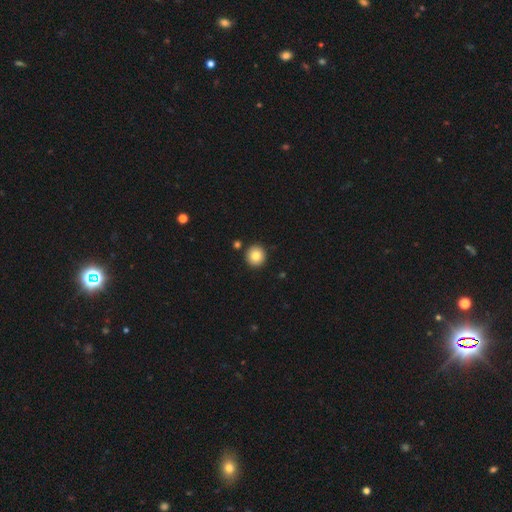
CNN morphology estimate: A smooth galaxy with no disk features (84%) that is round (92%).

Vote fractions:
- Smooth or featured? smooth: 84% / star or artifact: 9% / featured or disk: 7%
- How rounded? round: 92% / in between: 7% / cigar-shaped: 1%
- Merging? none: 90% / minor disturbance: 6% / merger: 3% / major disturbance: 2%